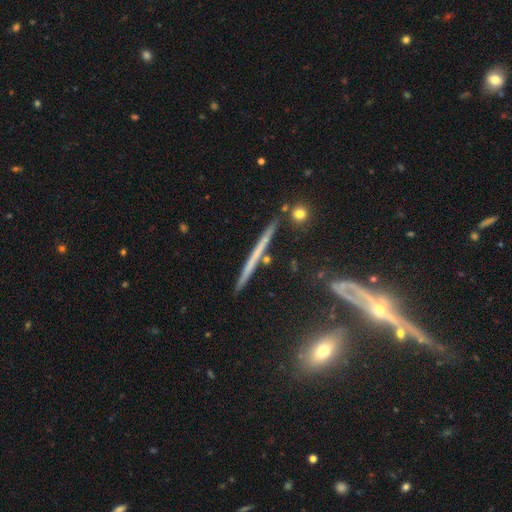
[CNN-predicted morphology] Smooth or featured? featured or disk (66%)
Edge-on disk? yes (96%)
Edge-on bulge? none (84%)
Merging? none (85%)